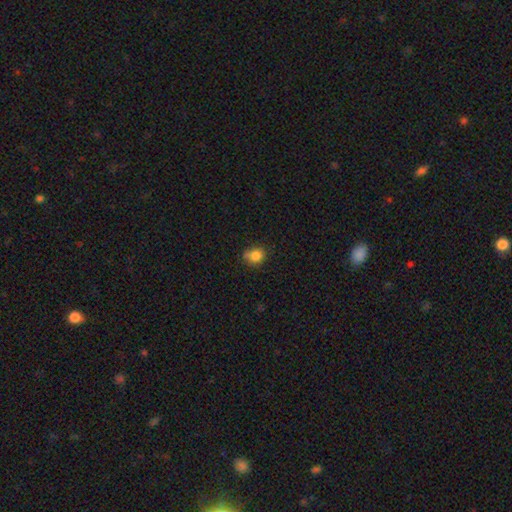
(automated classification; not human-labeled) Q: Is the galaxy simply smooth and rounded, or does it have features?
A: smooth — 82%.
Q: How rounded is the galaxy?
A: round — 66%.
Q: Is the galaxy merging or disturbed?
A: none — 61%.